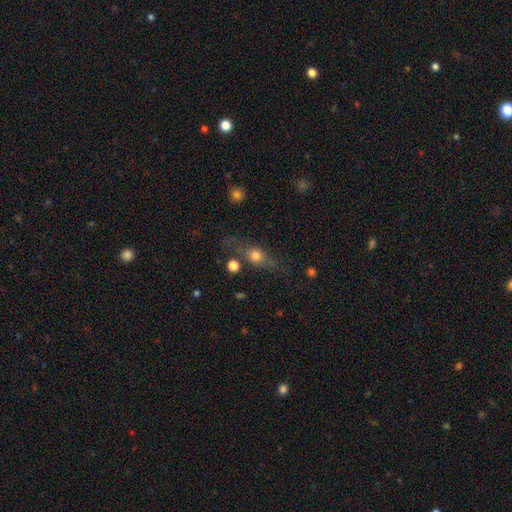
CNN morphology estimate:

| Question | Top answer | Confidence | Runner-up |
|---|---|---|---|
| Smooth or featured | smooth | 61% | featured or disk (27%) |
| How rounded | round | 42% | in between (38%) |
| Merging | none | 60% | minor disturbance (20%) |